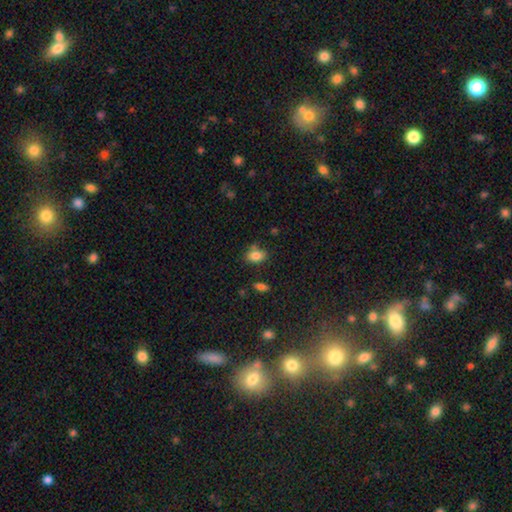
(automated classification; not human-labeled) Q: Smooth or featured?
A: smooth (82%); runner-up: star or artifact (10%)
Q: How rounded?
A: in between (82%); runner-up: round (15%)
Q: Merging?
A: none (68%); runner-up: minor disturbance (18%)